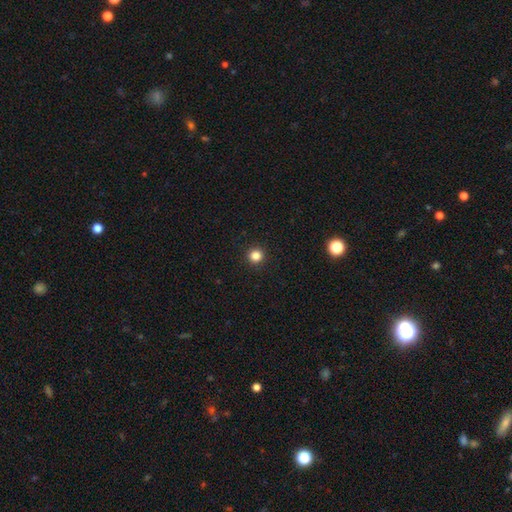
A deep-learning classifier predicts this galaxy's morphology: smooth 83%, star or artifact 13%, featured or disk 4%. Down the decision tree: how rounded — round (95%); merging — none (93%).